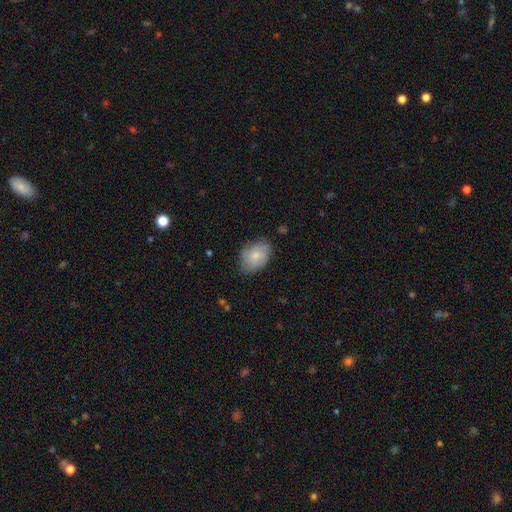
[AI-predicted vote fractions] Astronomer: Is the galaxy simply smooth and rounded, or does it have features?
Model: smooth — 75%.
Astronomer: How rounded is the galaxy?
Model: in between — 79%.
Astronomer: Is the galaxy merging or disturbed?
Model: none — 74%.